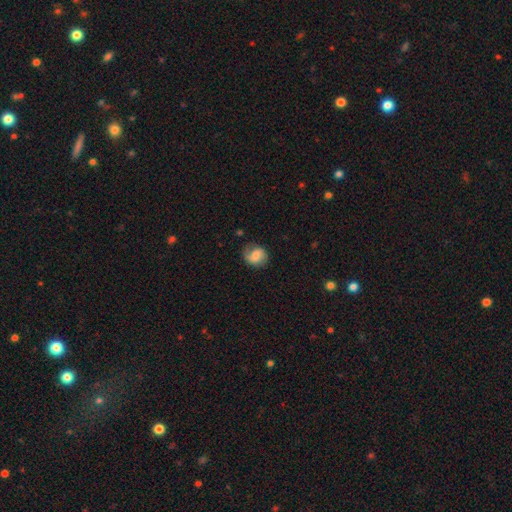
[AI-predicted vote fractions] Smooth or featured? featured or disk (51%)
Edge-on disk? no (97%)
Merging? none (72%)